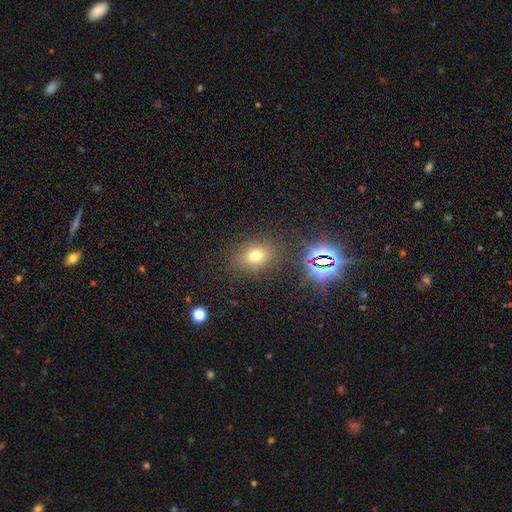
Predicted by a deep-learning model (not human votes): smooth-or-featured: smooth: 68% | star or artifact: 22% | featured or disk: 10%
  how-rounded: in between: 53% | round: 45% | cigar-shaped: 1%
  merging: none: 82% | minor disturbance: 10% | major disturbance: 5% | merger: 3%